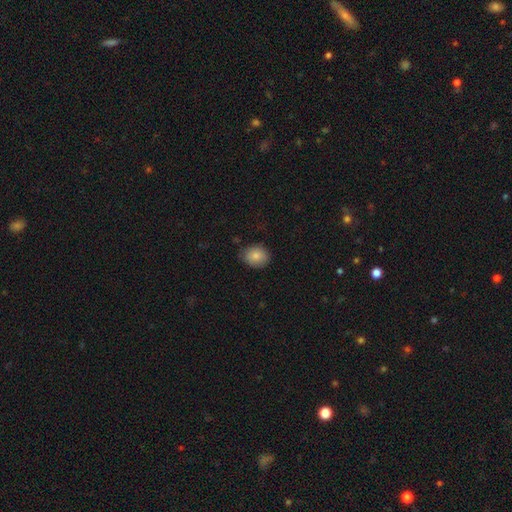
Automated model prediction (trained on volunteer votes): A smooth galaxy with no disk features (84%) that is round (53%).

Vote fractions:
- Smooth or featured? smooth: 84% / star or artifact: 8% / featured or disk: 8%
- How rounded? round: 53% / in between: 46% / cigar-shaped: 1%
- Merging? none: 78% / minor disturbance: 18% / major disturbance: 3% / merger: 1%